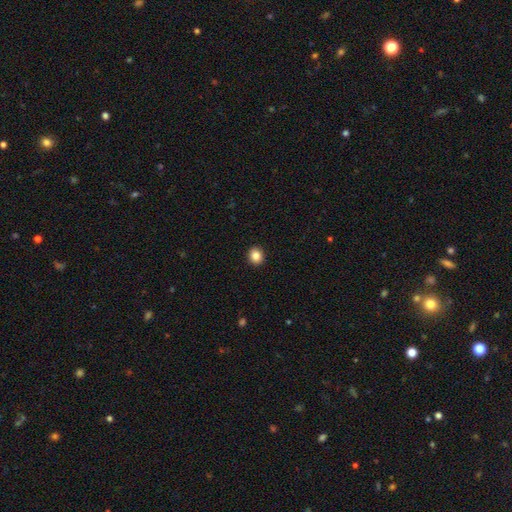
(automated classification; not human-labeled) Morphology: type=smooth (86%); roundness=round (73%); merging=none (93%).